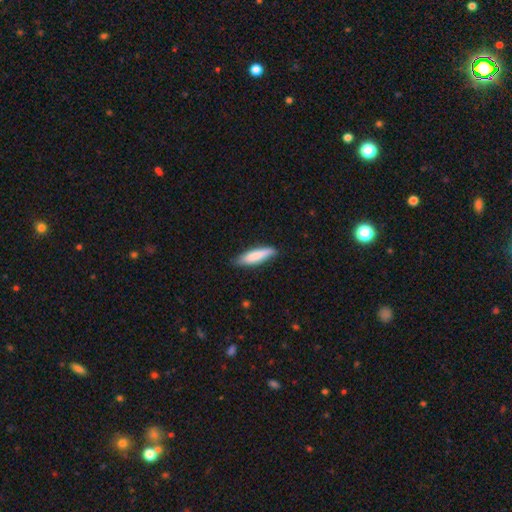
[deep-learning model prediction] Morphology: type=smooth (81%); roundness=cigar-shaped (74%); merging=none (80%).